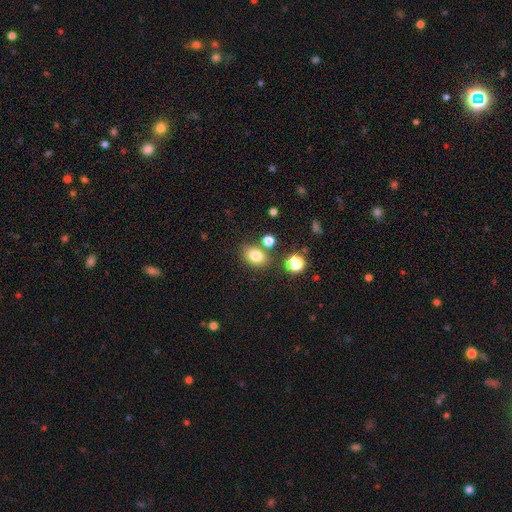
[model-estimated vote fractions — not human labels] Morphology: type=smooth (79%); roundness=in between (65%); merging=none (73%).